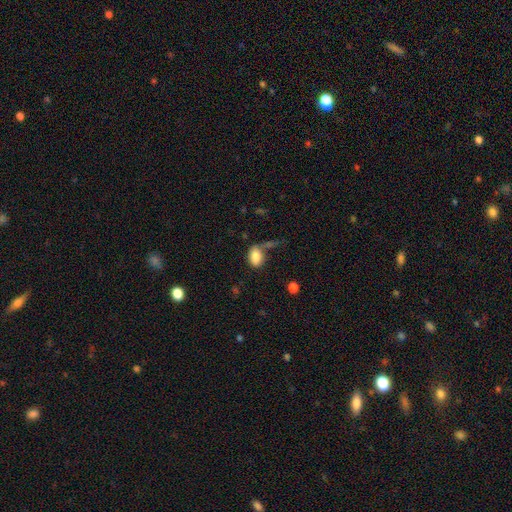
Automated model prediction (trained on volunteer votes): Smooth or featured: smooth — 84% (featured or disk — 8%)
How rounded: in between — 86% (round — 12%)
Merging: none — 50% (minor disturbance — 23%)